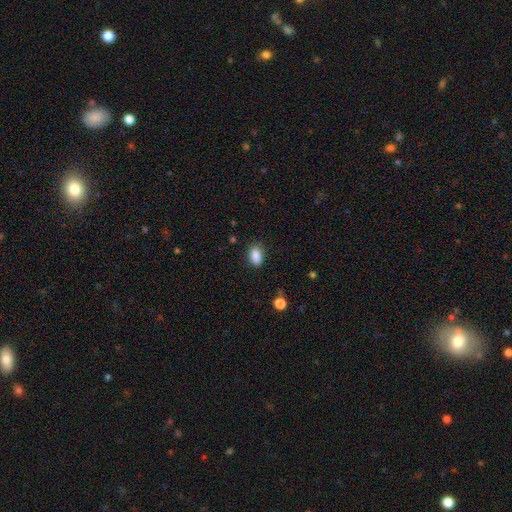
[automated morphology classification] smooth_or_featured: smooth (p=0.87) [alt: star or artifact p=0.08]
how_rounded: in between (p=0.89) [alt: round p=0.08]
merging: none (p=0.82) [alt: minor disturbance p=0.14]